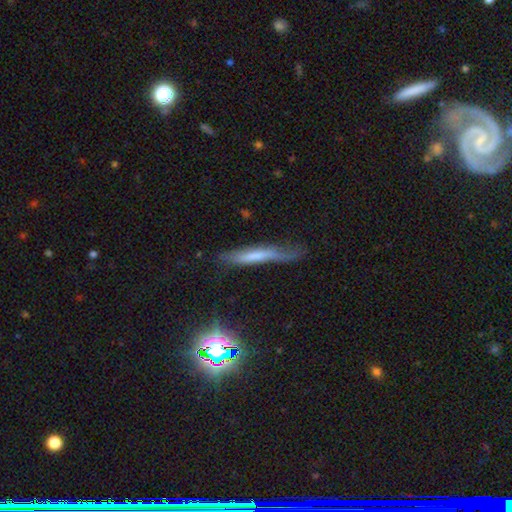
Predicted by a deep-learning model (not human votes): Smooth or featured: smooth — 50% (featured or disk — 39%)
How rounded: cigar-shaped — 91% (in between — 7%)
Merging: none — 56% (minor disturbance — 28%)